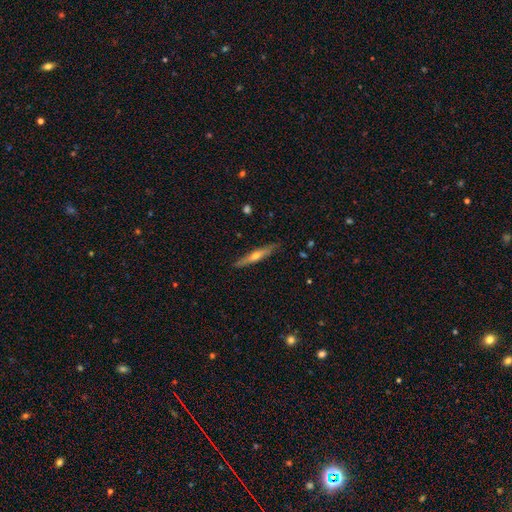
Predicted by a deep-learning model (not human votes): A featured or disk galaxy (55%) viewed edge-on (94%) with a rounded central bulge (84%).

Vote fractions:
- Smooth or featured? featured or disk: 55% / smooth: 39% / star or artifact: 6%
- Edge-on disk? yes: 94% / no: 6%
- Edge-on bulge? rounded: 84% / none: 13% / boxy: 3%
- Merging? none: 87% / minor disturbance: 10% / major disturbance: 2% / merger: 1%